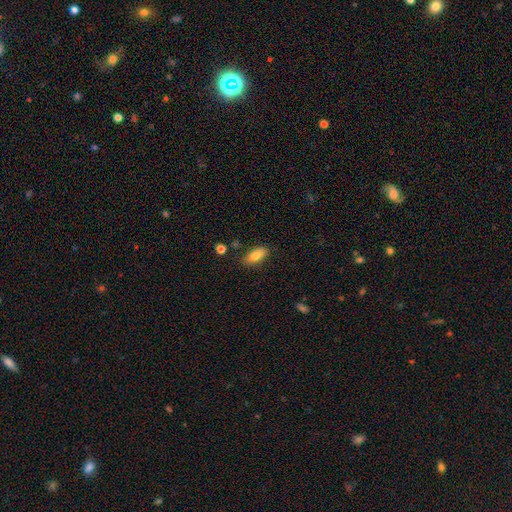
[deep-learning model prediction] smooth-or-featured: smooth: 79% | featured or disk: 13% | star or artifact: 7%
  how-rounded: in between: 83% | cigar-shaped: 14% | round: 3%
  merging: none: 82% | minor disturbance: 13% | major disturbance: 3% | merger: 2%